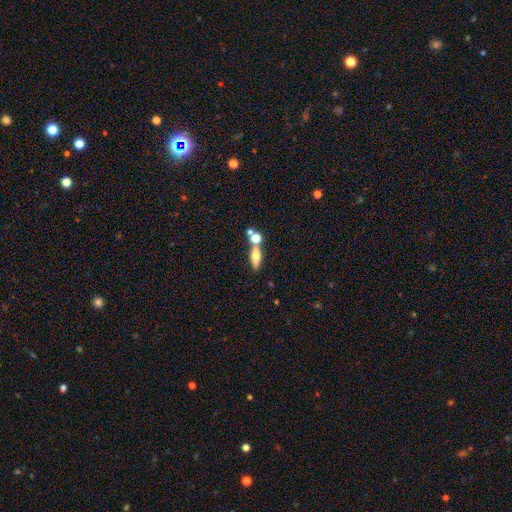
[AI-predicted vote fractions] smooth_or_featured: smooth (p=0.57) [alt: featured or disk p=0.33]
how_rounded: in between (p=0.47) [alt: cigar-shaped p=0.43]
merging: none (p=0.53) [alt: merger p=0.32]